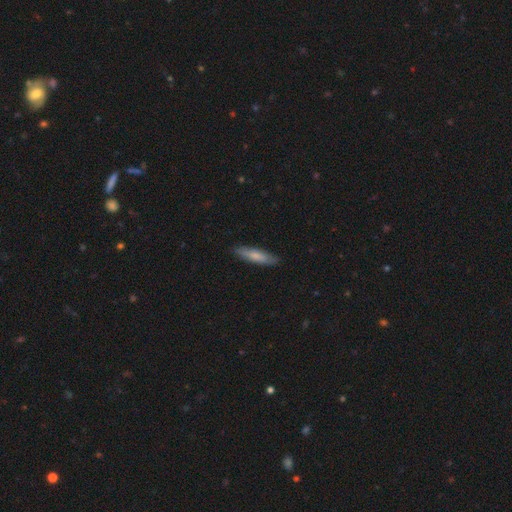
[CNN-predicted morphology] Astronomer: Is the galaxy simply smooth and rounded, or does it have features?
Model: smooth — 75%.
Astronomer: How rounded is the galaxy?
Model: cigar-shaped — 73%.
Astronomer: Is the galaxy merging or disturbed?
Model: none — 87%.